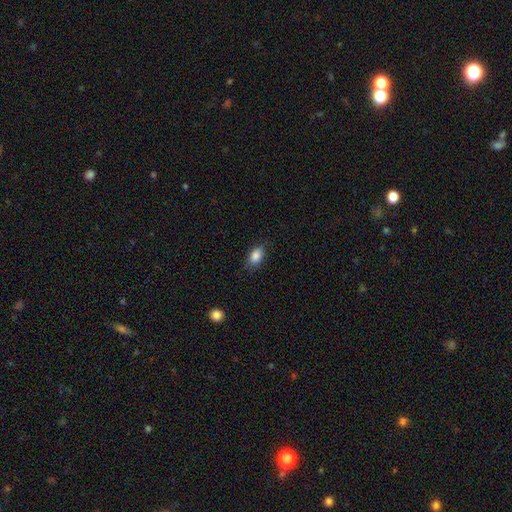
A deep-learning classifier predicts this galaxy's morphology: type=smooth (86%); roundness=in between (88%); merging=none (80%).